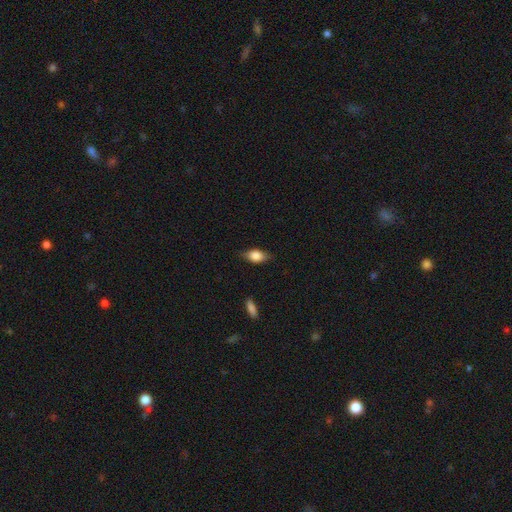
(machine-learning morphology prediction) A smooth galaxy with no disk features (75%) that is in between round and cigar-shaped (84%). Merging: none (79%).